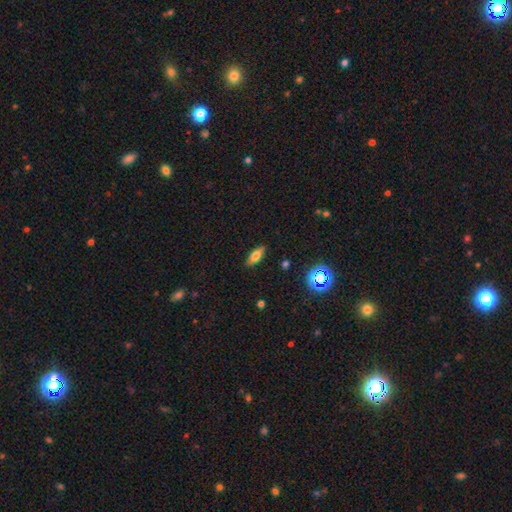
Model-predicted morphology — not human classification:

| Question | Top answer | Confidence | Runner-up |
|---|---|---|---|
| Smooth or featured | smooth | 67% | featured or disk (22%) |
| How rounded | in between | 71% | cigar-shaped (26%) |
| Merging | none | 86% | minor disturbance (11%) |